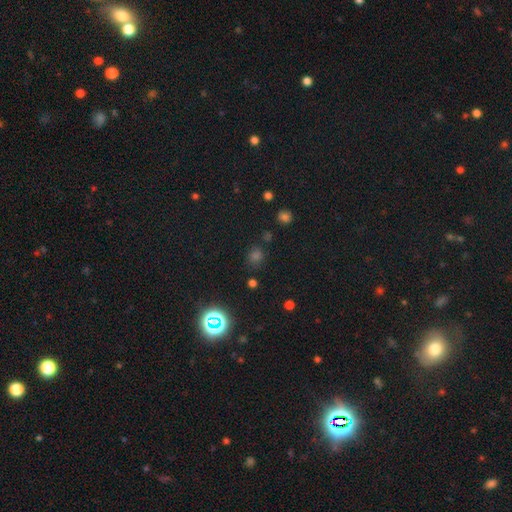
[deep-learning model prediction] Morphology: type=smooth (50%); roundness=round (77%); merging=none (81%).